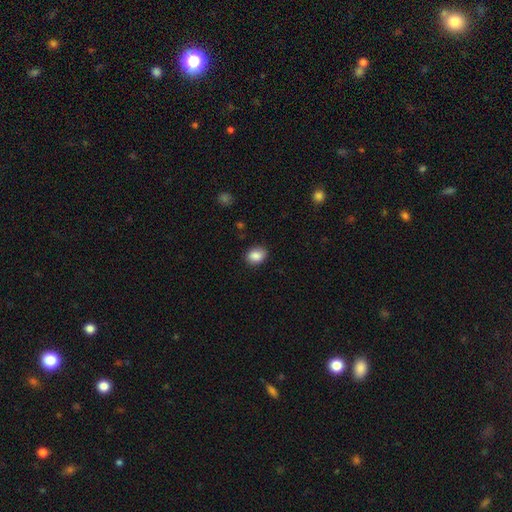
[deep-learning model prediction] smooth 87%, star or artifact 8%, featured or disk 4%. Down the decision tree: how rounded — in between (61%); merging — none (85%).